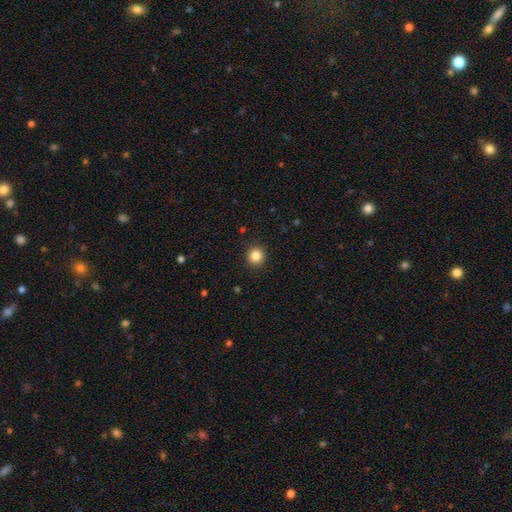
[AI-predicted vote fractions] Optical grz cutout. It shows a smooth galaxy with no disk features (85%) that is round (94%). Merging: none (92%).